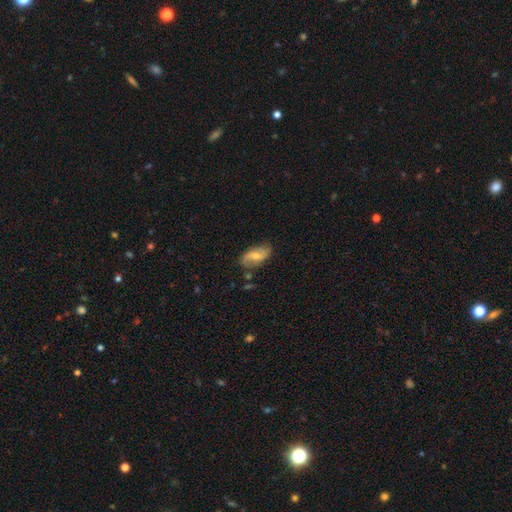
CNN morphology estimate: type=featured or disk (58%); edge-on=no (94%); bar=no (44%); spiral arms=yes (86%); bulge=moderate (52%); merging=none (74%).